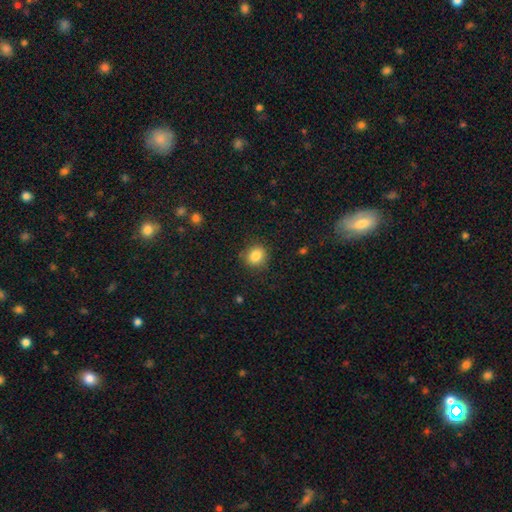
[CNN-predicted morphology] This appears to be a smooth galaxy with no disk features (85%) that is round (80%). Merging: none (86%).